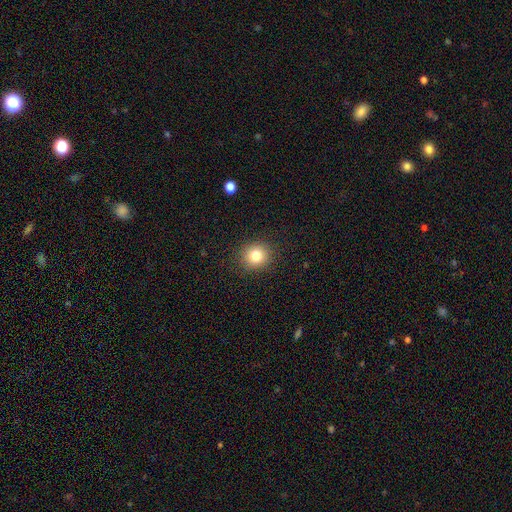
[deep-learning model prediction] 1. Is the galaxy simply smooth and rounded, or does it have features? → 81% smooth, 12% star or artifact, 8% featured or disk.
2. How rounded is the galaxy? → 84% round, 15% in between, 1% cigar-shaped.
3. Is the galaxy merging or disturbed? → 90% none, 7% minor disturbance, 2% major disturbance, 1% merger.